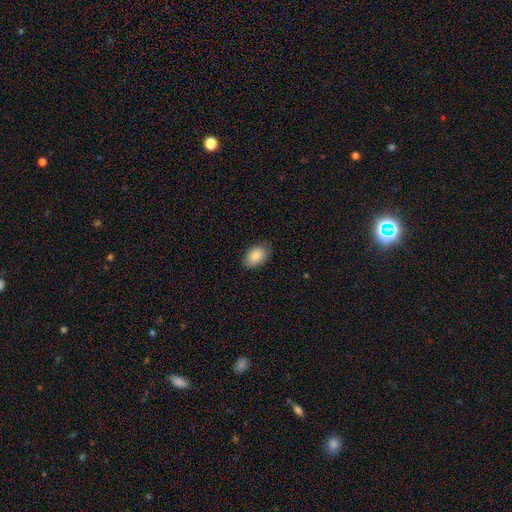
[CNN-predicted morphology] Smooth or featured: smooth — 87% (star or artifact — 7%)
How rounded: in between — 89% (round — 10%)
Merging: none — 83% (minor disturbance — 14%)